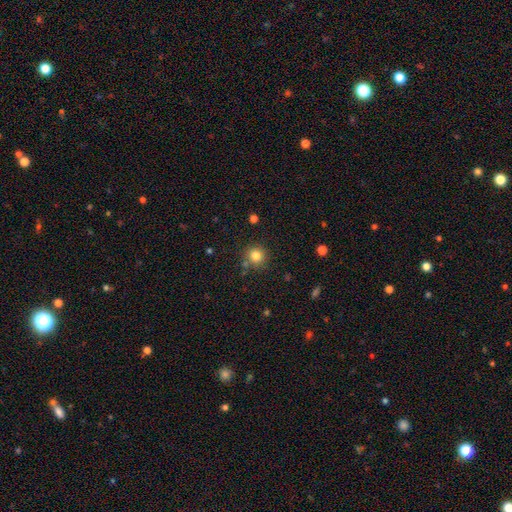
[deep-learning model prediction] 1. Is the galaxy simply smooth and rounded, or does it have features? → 82% smooth, 12% star or artifact, 6% featured or disk.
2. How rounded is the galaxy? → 92% round, 7% in between, 1% cigar-shaped.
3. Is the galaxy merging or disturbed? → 81% none, 10% minor disturbance, 7% merger, 3% major disturbance.